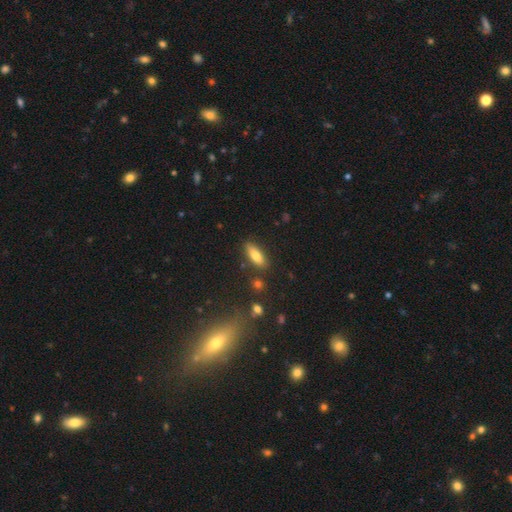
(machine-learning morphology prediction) Smooth or featured?
  - smooth: 75% *
  - featured or disk: 17%
  - star or artifact: 7%
How rounded?
  - in between: 64% *
  - cigar-shaped: 33%
  - round: 3%
Merging?
  - none: 84% *
  - minor disturbance: 11%
  - merger: 3%
  - major disturbance: 3%